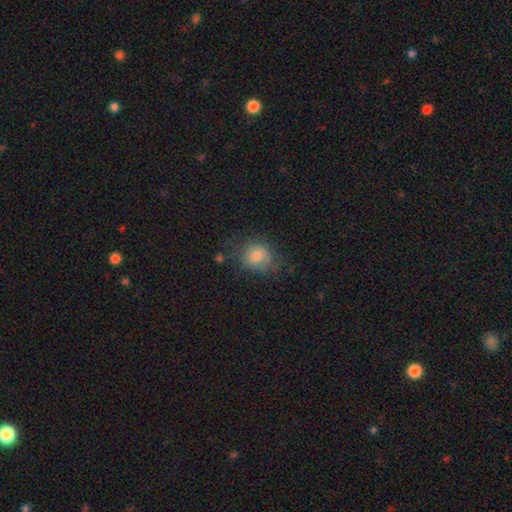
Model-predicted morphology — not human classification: Q: Smooth or featured?
A: smooth (72%); runner-up: featured or disk (18%)
Q: How rounded?
A: round (67%); runner-up: in between (32%)
Q: Merging?
A: none (62%); runner-up: minor disturbance (25%)